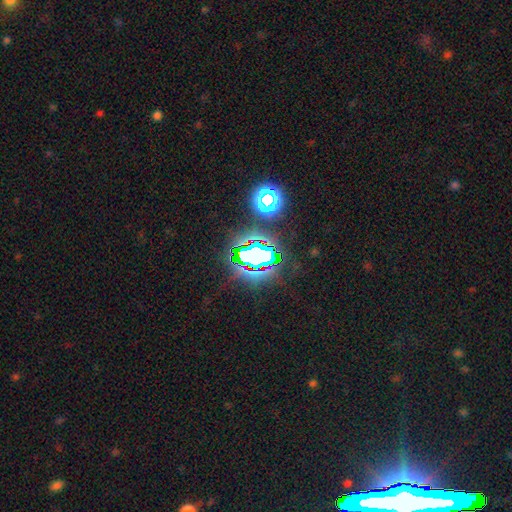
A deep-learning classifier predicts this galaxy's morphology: Overall: star or artifact (70%).